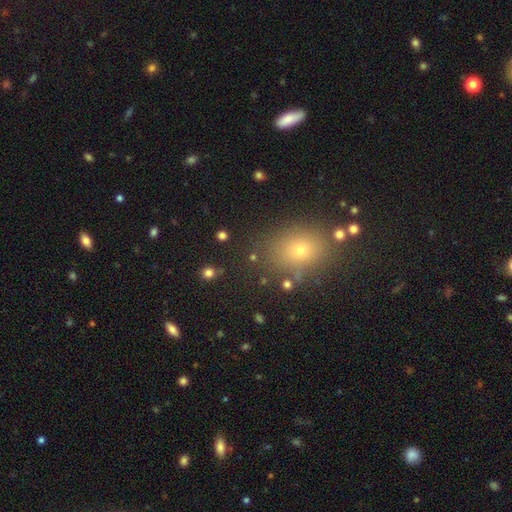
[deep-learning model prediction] Smooth or featured? Predicted: smooth (p=0.65). How rounded? Predicted: in between (p=0.49, tied with round). Merging? Predicted: none (p=0.83).